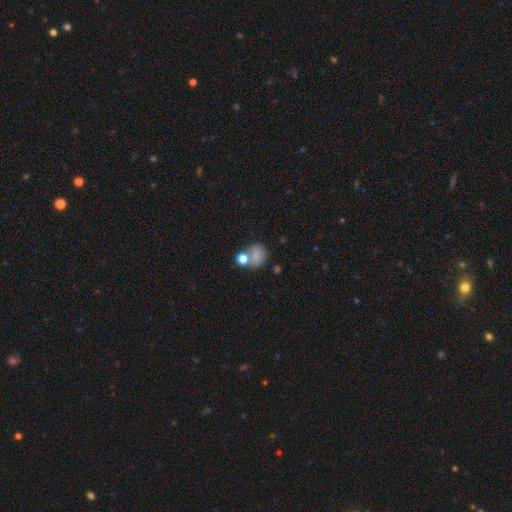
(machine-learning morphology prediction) smooth 76%, star or artifact 12%, featured or disk 12%. Down the decision tree: how rounded — round (68%); merging — none (47%).